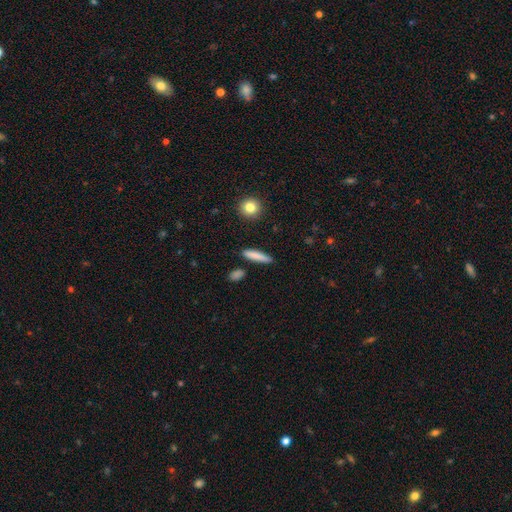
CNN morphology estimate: smooth 82%, featured or disk 12%, star or artifact 6%. Down the decision tree: how rounded — cigar-shaped (86%); merging — none (86%).